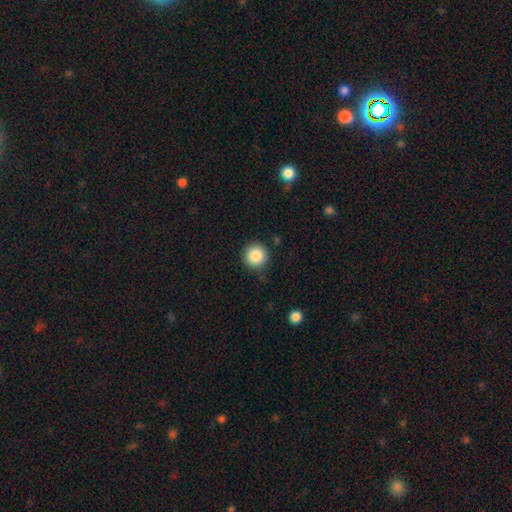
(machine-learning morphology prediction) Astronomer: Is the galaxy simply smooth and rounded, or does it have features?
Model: smooth — 85%.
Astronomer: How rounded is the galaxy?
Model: round — 95%.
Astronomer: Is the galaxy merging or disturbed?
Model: none — 83%.